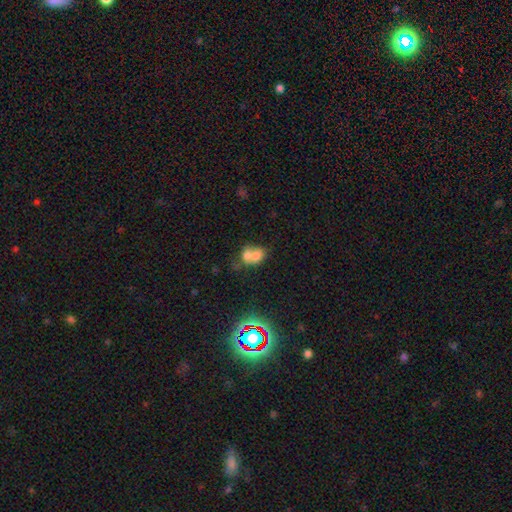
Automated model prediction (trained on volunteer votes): Q: Smooth or featured?
A: smooth (66%); runner-up: featured or disk (21%)
Q: How rounded?
A: in between (55%); runner-up: round (44%)
Q: Merging?
A: merger (69%); runner-up: none (20%)